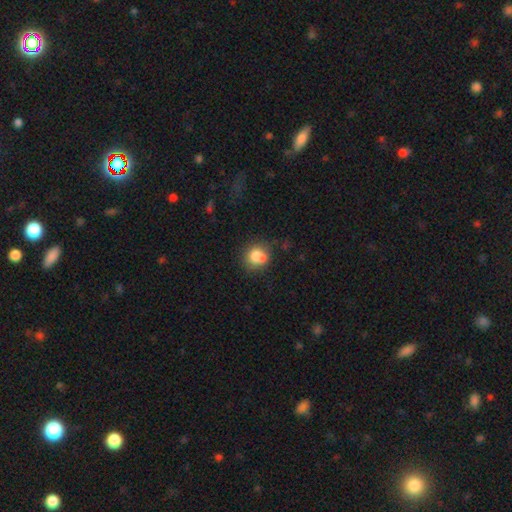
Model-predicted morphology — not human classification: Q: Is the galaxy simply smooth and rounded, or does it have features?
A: smooth — 76%.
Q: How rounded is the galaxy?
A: round — 76%.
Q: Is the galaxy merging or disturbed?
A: none — 48%.